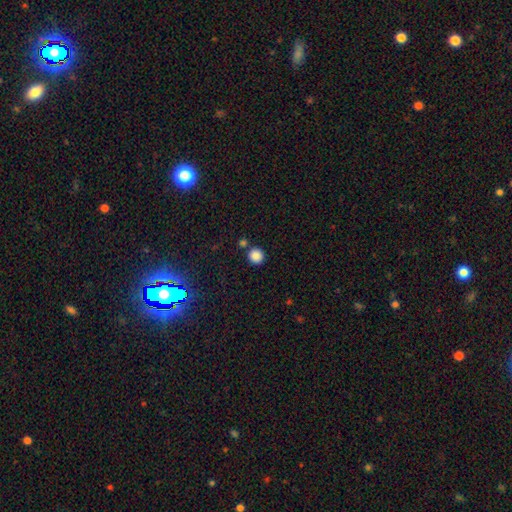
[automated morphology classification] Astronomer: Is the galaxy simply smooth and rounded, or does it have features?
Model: smooth — 85%.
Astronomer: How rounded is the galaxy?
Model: round — 92%.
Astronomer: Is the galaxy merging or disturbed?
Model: none — 80%.